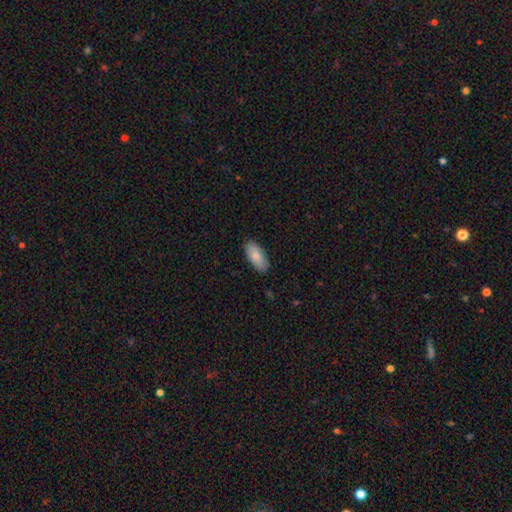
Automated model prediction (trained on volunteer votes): The model was most divided on "merging": none: 88%, minor disturbance: 9%, major disturbance: 2%, merger: 1%. More confident: how rounded — in between (90%); smooth or featured — smooth (87%).